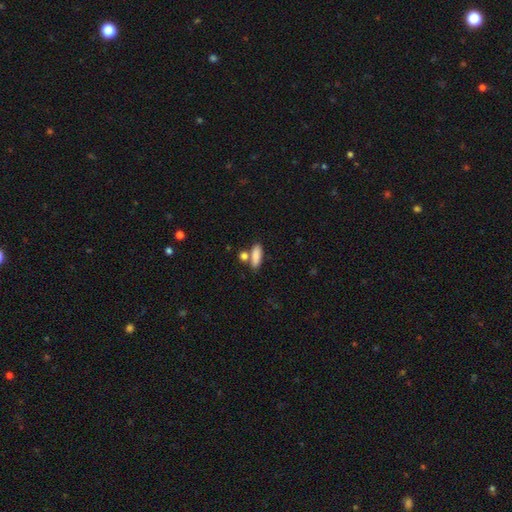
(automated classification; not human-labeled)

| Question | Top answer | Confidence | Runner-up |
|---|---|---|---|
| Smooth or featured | smooth | 86% | star or artifact (7%) |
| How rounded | in between | 66% | cigar-shaped (30%) |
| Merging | none | 62% | merger (22%) |